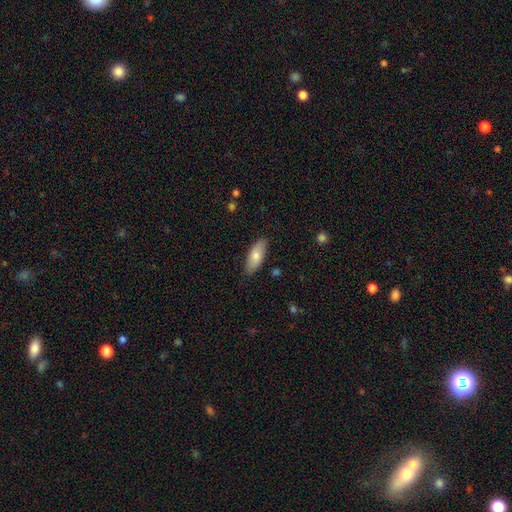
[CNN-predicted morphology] smooth-or-featured: smooth: 75% | featured or disk: 19% | star or artifact: 6%
  how-rounded: in between: 77% | cigar-shaped: 21% | round: 2%
  merging: none: 85% | minor disturbance: 12% | major disturbance: 2% | merger: 1%